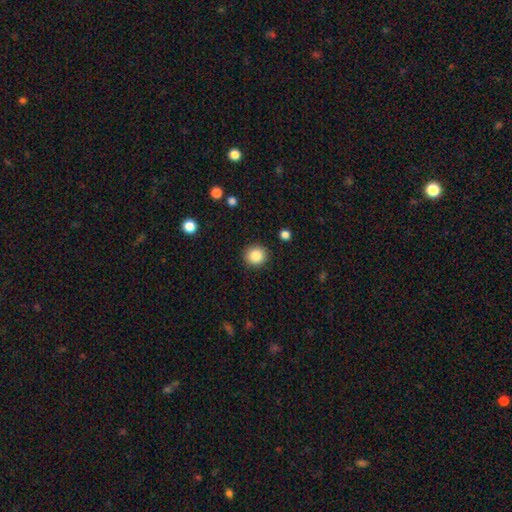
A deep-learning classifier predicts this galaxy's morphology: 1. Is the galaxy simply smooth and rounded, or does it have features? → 86% smooth, 10% star or artifact, 4% featured or disk.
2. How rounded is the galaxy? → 91% round, 8% in between, 1% cigar-shaped.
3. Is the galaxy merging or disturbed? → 91% none, 6% minor disturbance, 2% major disturbance, 1% merger.